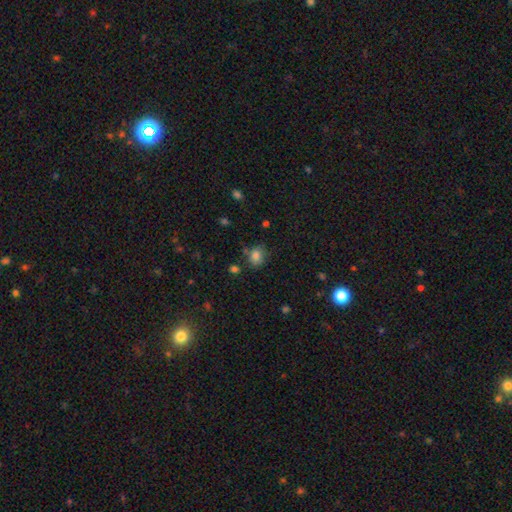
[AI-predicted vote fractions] Overall: smooth (82%). How rounded: in between (50%; round 49%). Merging: none (68%).